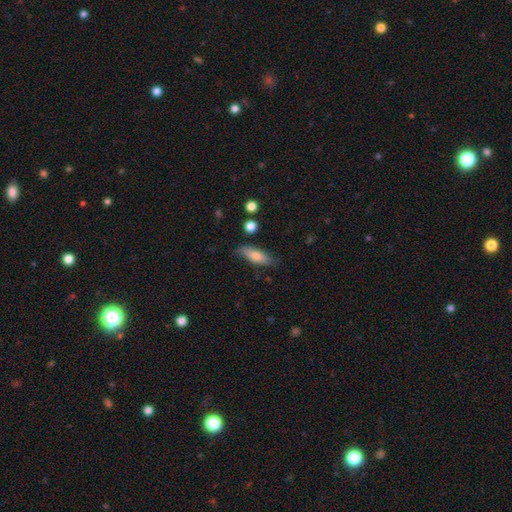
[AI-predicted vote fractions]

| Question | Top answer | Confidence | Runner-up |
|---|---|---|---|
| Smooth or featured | smooth | 70% | featured or disk (23%) |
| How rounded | in between | 52% | cigar-shaped (46%) |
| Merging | none | 79% | minor disturbance (16%) |